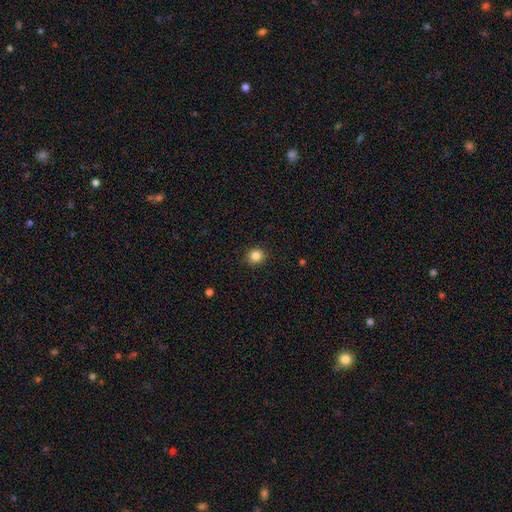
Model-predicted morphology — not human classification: Smooth or featured: smooth — 85% (star or artifact — 11%)
How rounded: round — 91% (in between — 8%)
Merging: none — 92% (minor disturbance — 6%)